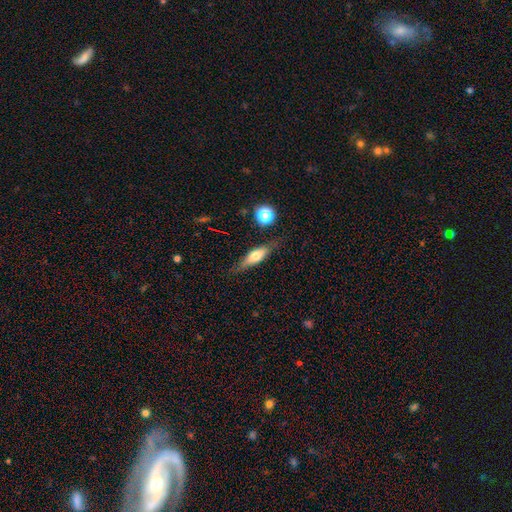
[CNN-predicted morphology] Smooth or featured?
  - smooth: 51% *
  - featured or disk: 41%
  - star or artifact: 8%
How rounded?
  - cigar-shaped: 52% *
  - in between: 43%
  - round: 4%
Merging?
  - none: 76% *
  - minor disturbance: 16%
  - major disturbance: 5%
  - merger: 3%